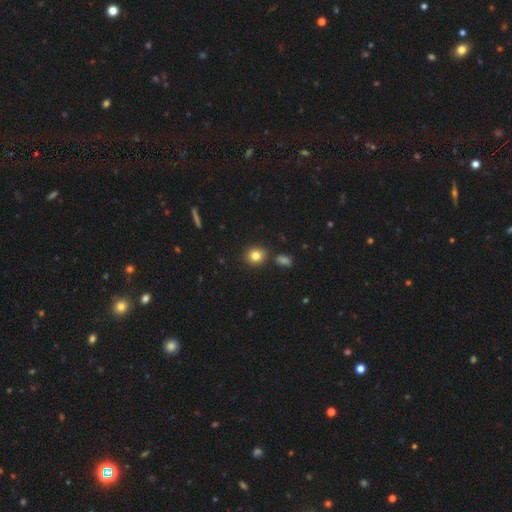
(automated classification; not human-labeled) Smooth or featured: smooth — 82% (star or artifact — 11%)
How rounded: round — 75% (in between — 23%)
Merging: none — 82% (minor disturbance — 9%)